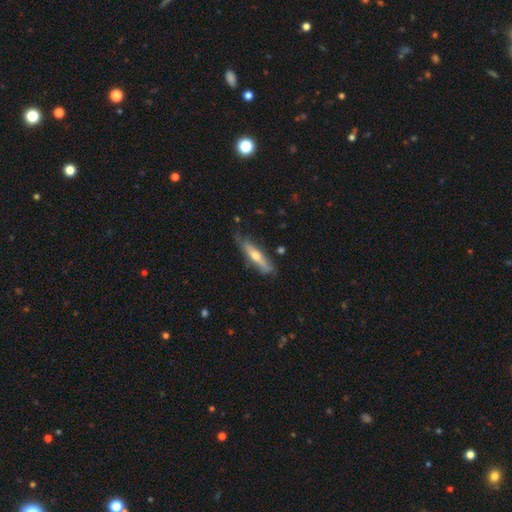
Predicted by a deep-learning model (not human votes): The model was most divided on "smooth or featured": featured or disk: 50%, smooth: 44%, star or artifact: 6%. More confident: edge-on disk — yes (80%); merging — none (71%).